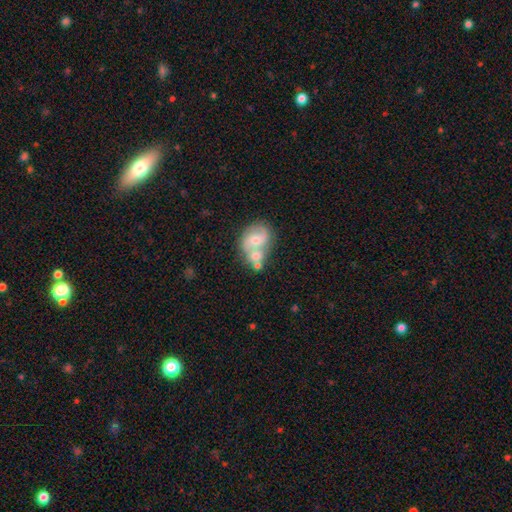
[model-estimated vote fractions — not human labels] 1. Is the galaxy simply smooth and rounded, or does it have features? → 57% featured or disk, 35% smooth, 8% star or artifact.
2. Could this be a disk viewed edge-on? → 97% no, 3% yes.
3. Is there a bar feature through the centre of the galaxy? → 57% no, 34% weak, 9% strong.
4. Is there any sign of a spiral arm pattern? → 76% yes, 24% no.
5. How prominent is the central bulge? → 54% moderate, 36% small, 4% large, 4% none, 1% dominant.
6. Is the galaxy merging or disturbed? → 47% merger, 34% none, 13% minor disturbance, 6% major disturbance.